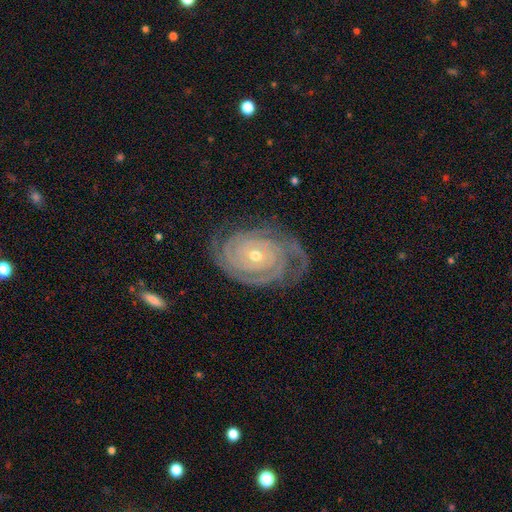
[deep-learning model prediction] Smooth or featured? Predicted: featured or disk (p=0.92). Edge-on disk? Predicted: no (p=0.97). Bar? Predicted: no (p=0.72). Spiral arms? Predicted: yes (p=0.98). Spiral winding? Predicted: tight (p=0.86). Spiral arm count? Predicted: 2 (p=0.33). Bulge size? Predicted: small (p=0.54). Merging? Predicted: none (p=0.76).